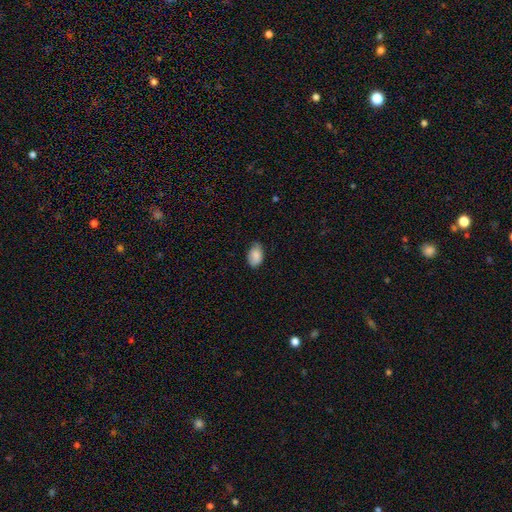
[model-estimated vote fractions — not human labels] A smooth galaxy with no disk features (86%) that is in between round and cigar-shaped (91%).

Vote fractions:
- Smooth or featured? smooth: 86% / star or artifact: 7% / featured or disk: 7%
- How rounded? in between: 91% / round: 8% / cigar-shaped: 1%
- Merging? none: 67% / minor disturbance: 28% / major disturbance: 4% / merger: 1%